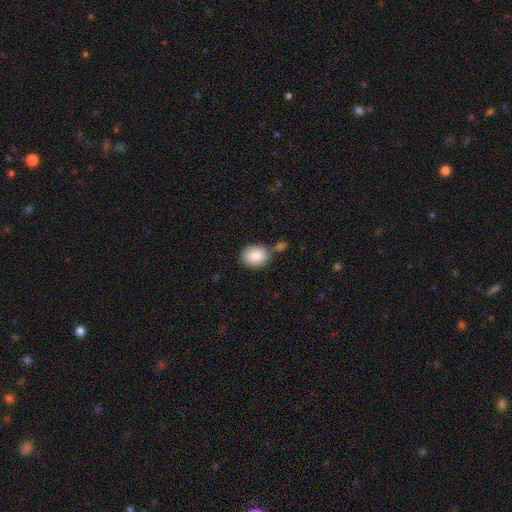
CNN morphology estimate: type=smooth (86%); roundness=in between (56%); merging=none (62%).